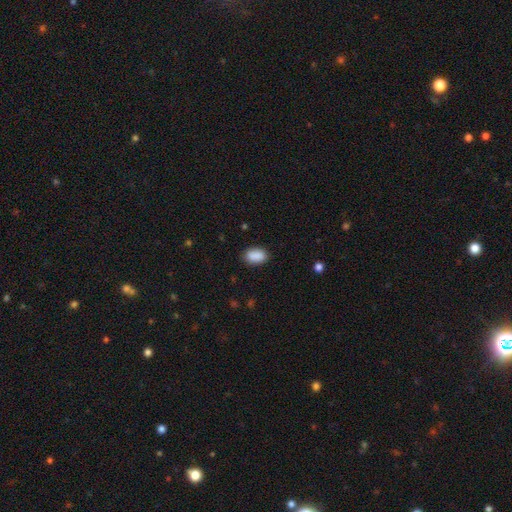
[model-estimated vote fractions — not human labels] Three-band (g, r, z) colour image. It shows a smooth galaxy with no disk features (90%) that is in between round and cigar-shaped (91%). Merging: none (85%).